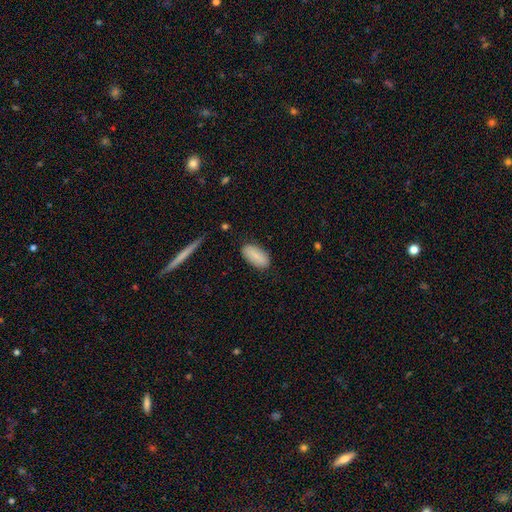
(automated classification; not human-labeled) The model was most divided on "smooth or featured": smooth: 83%, featured or disk: 11%, star or artifact: 7%. More confident: how rounded — in between (91%); merging — none (84%).